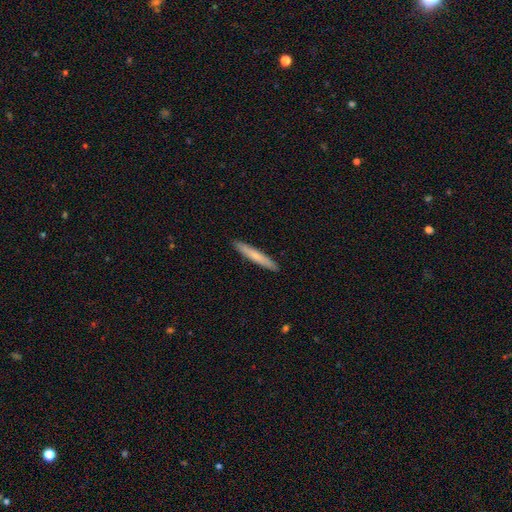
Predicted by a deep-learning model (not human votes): smooth 68%, featured or disk 26%, star or artifact 5%. Down the decision tree: how rounded — cigar-shaped (96%); merging — none (92%).